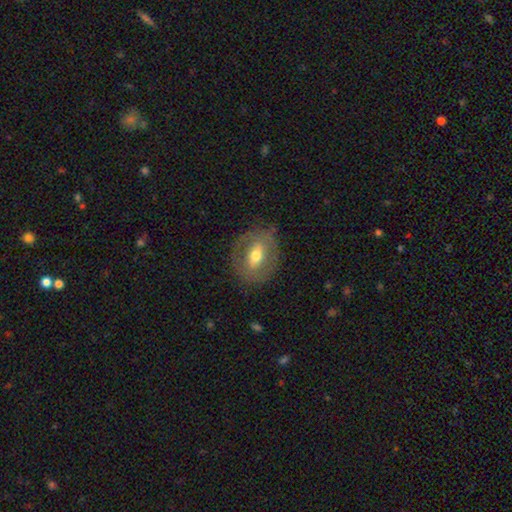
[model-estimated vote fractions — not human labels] Smooth or featured?
  - featured or disk: 52% *
  - smooth: 41%
  - star or artifact: 7%
Edge-on disk?
  - no: 88% *
  - yes: 12%
Merging?
  - none: 78% *
  - minor disturbance: 14%
  - major disturbance: 7%
  - merger: 1%